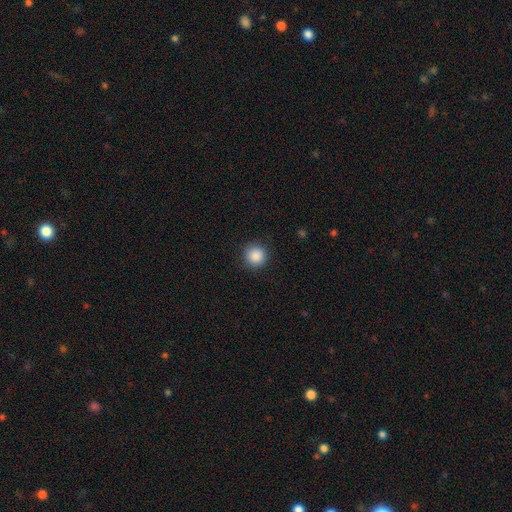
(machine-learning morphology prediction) Smooth or featured: smooth — 88% (star or artifact — 9%)
How rounded: round — 95% (in between — 4%)
Merging: none — 90% (minor disturbance — 7%)